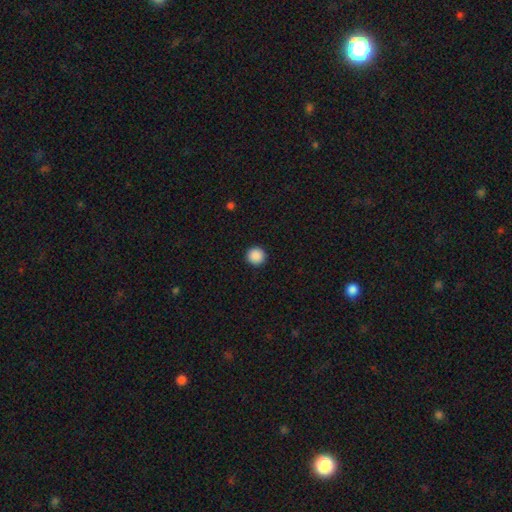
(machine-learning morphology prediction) Smooth or featured? Predicted: smooth (p=0.89). How rounded? Predicted: round (p=0.96). Merging? Predicted: none (p=0.93).